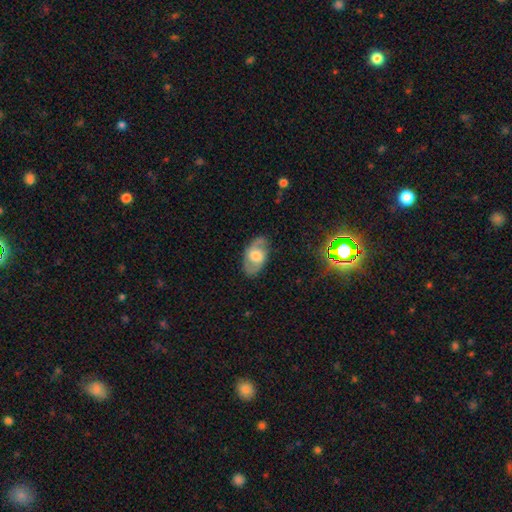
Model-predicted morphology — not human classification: type=featured or disk (58%); edge-on=no (90%); bar=no (63%); spiral arms=yes (65%); bulge=moderate (49%); merging=none (78%).